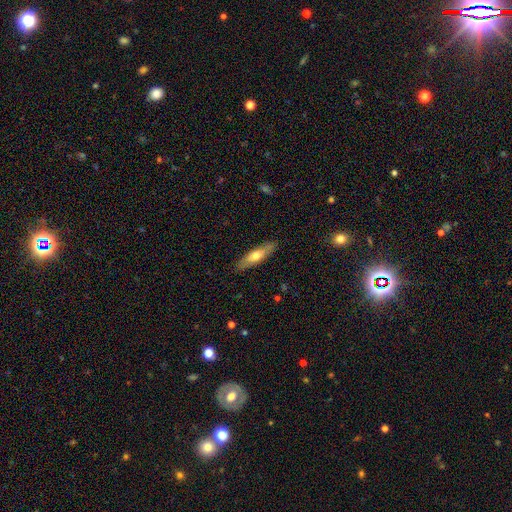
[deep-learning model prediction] smooth-or-featured: smooth: 57% | featured or disk: 37% | star or artifact: 6%
  how-rounded: cigar-shaped: 67% | in between: 31% | round: 2%
  merging: none: 88% | minor disturbance: 9% | major disturbance: 2% | merger: 1%